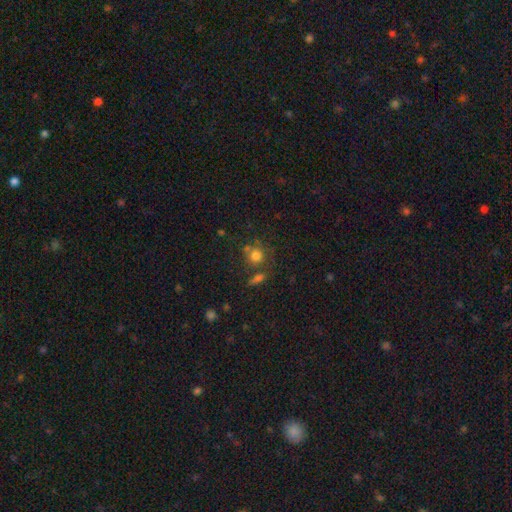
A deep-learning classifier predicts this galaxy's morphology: Smooth or featured: smooth — 75% (star or artifact — 14%)
How rounded: round — 86% (in between — 13%)
Merging: none — 61% (merger — 19%)